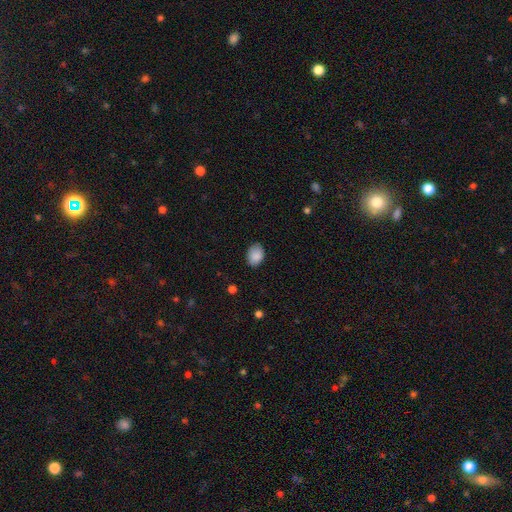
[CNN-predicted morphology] smooth 89%, star or artifact 7%, featured or disk 4%. Down the decision tree: how rounded — in between (80%); merging — none (83%).